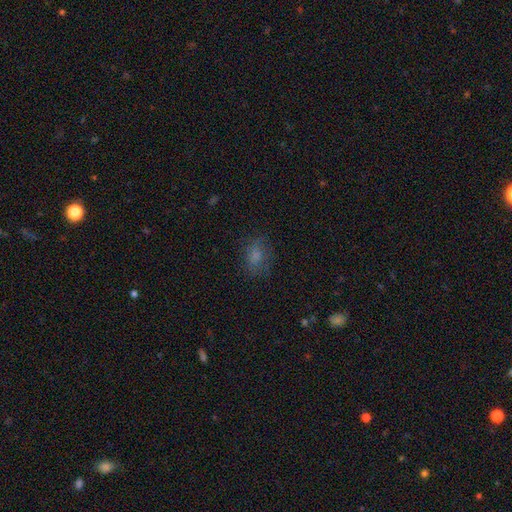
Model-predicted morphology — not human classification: The model was most divided on "how rounded": in between: 71%, round: 27%, cigar-shaped: 2%. More confident: smooth or featured — smooth (72%); merging — none (70%).